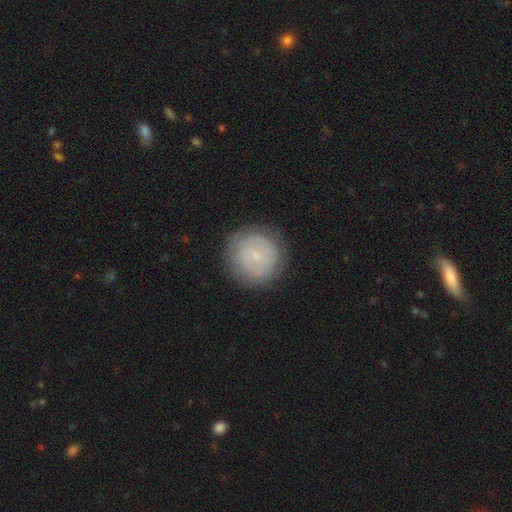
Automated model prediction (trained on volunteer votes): smooth_or_featured: smooth (p=0.60) [alt: featured or disk p=0.32]
how_rounded: round (p=0.94) [alt: in between p=0.05]
merging: none (p=0.84) [alt: minor disturbance p=0.11]